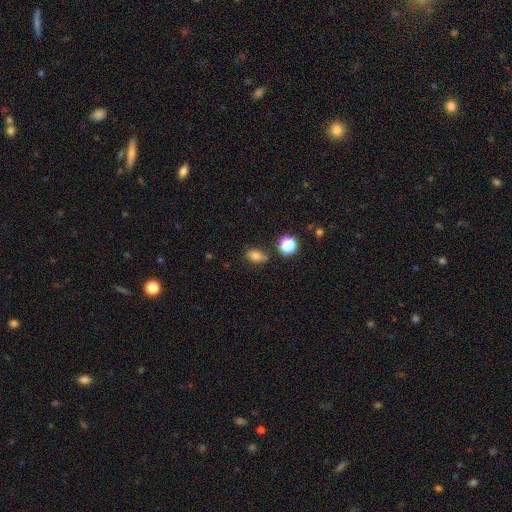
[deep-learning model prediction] Smooth or featured? smooth (77%)
How rounded? in between (78%)
Merging? none (73%)